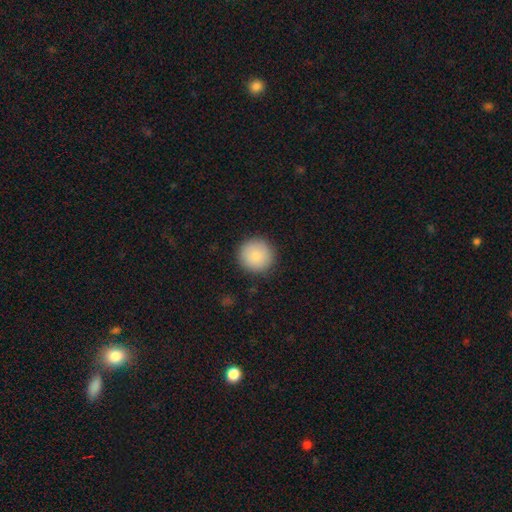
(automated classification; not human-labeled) Smooth or featured? smooth (85%)
How rounded? round (96%)
Merging? none (90%)